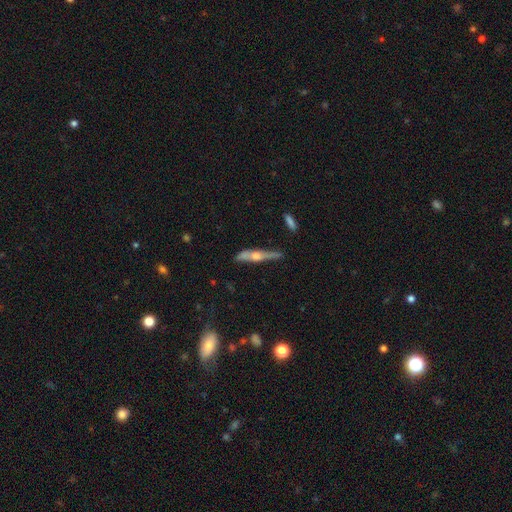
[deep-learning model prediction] Smooth or featured?
  - featured or disk: 68% *
  - smooth: 25%
  - star or artifact: 7%
Edge-on disk?
  - yes: 94% *
  - no: 6%
Edge-on bulge?
  - rounded: 87% *
  - boxy: 7%
  - none: 6%
Merging?
  - none: 73% *
  - minor disturbance: 19%
  - major disturbance: 5%
  - merger: 3%